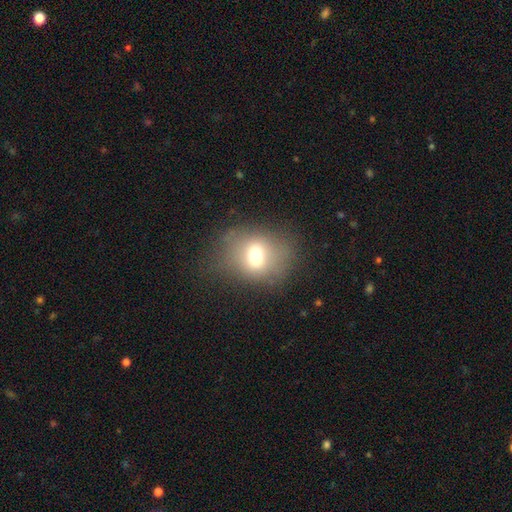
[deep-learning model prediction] This appears to be a smooth galaxy with no disk features (66%) that is round (55%). Merging: none (72%).